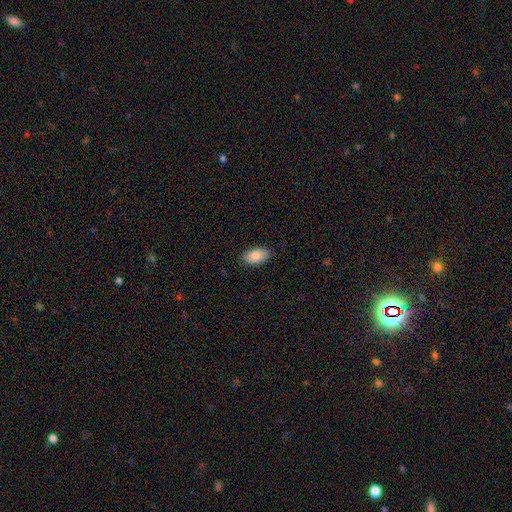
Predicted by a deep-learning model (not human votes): Smooth or featured: smooth — 87% (featured or disk — 7%)
How rounded: in between — 94% (round — 4%)
Merging: none — 85% (minor disturbance — 11%)